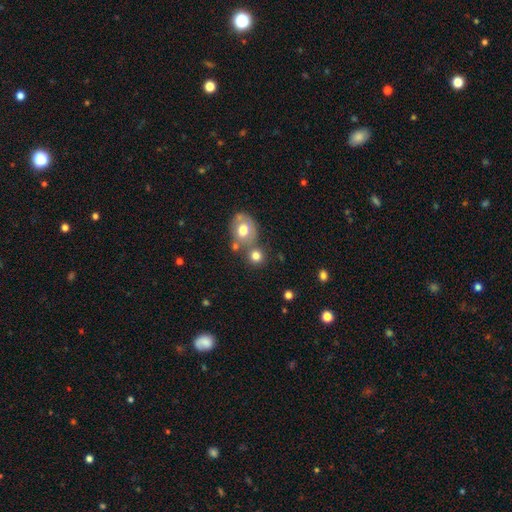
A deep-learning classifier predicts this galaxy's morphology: Smooth or featured? smooth (77%)
How rounded? round (83%)
Merging? none (56%)